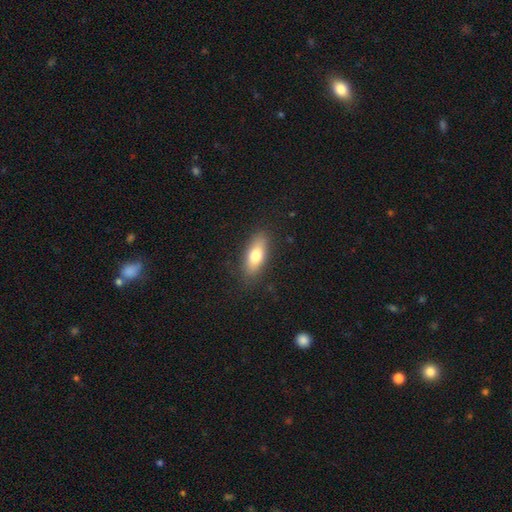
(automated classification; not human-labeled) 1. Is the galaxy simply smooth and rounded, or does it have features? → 74% smooth, 19% featured or disk, 7% star or artifact.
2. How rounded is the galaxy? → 74% in between, 22% cigar-shaped, 4% round.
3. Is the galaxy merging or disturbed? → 85% none, 11% minor disturbance, 3% major disturbance, 1% merger.